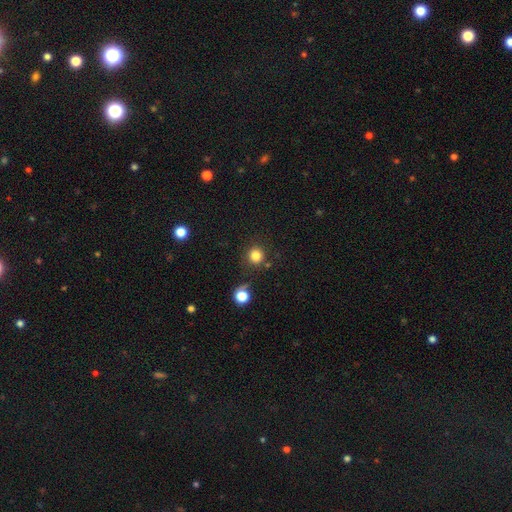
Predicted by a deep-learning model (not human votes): Smooth or featured: smooth — 82% (star or artifact — 13%)
How rounded: round — 93% (in between — 7%)
Merging: none — 83% (minor disturbance — 8%)